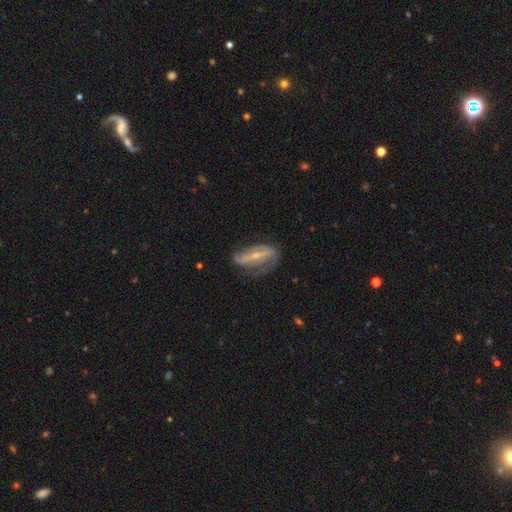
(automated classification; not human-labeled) Q: Smooth or featured?
A: featured or disk (79%); runner-up: smooth (15%)
Q: Edge-on disk?
A: no (85%); runner-up: yes (15%)
Q: Bar?
A: strong (63%); runner-up: weak (22%)
Q: Spiral arms?
A: yes (82%); runner-up: no (18%)
Q: Spiral winding?
A: loose (40%); runner-up: medium (35%)
Q: Spiral arm count?
A: 2 (73%); runner-up: can't tell (14%)
Q: Bulge size?
A: small (66%); runner-up: moderate (30%)
Q: Merging?
A: none (57%); runner-up: minor disturbance (25%)